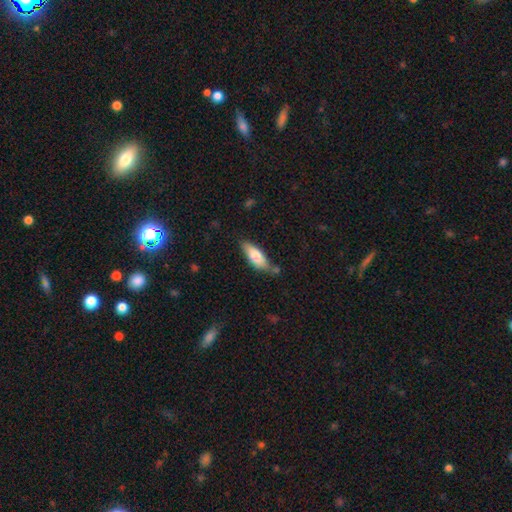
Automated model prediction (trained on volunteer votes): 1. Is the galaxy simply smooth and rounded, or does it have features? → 71% smooth, 23% featured or disk, 6% star or artifact.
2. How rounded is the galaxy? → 63% in between, 34% cigar-shaped, 2% round.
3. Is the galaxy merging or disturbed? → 68% none, 21% minor disturbance, 7% merger, 4% major disturbance.